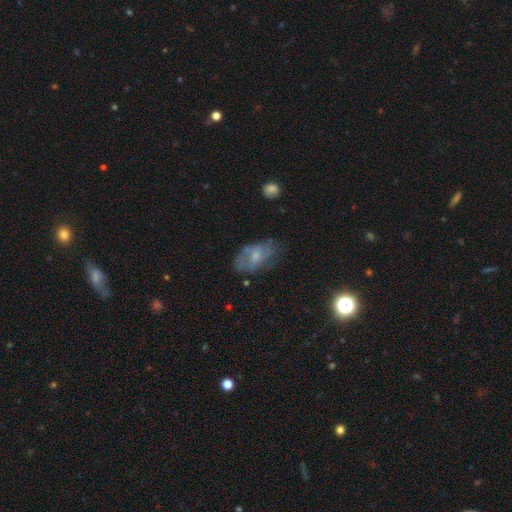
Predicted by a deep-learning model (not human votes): smooth_or_featured: smooth (p=0.46) [alt: featured or disk p=0.45]
merging: none (p=0.55) [alt: minor disturbance p=0.28]